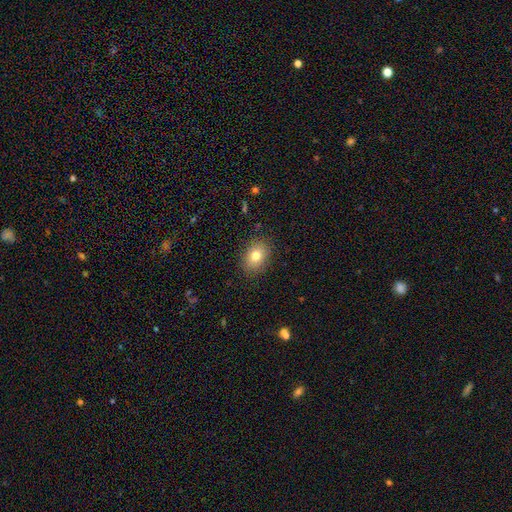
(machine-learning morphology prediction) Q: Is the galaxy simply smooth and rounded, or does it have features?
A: smooth — 79%.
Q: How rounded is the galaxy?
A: in between — 62%.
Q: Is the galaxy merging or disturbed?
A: none — 87%.